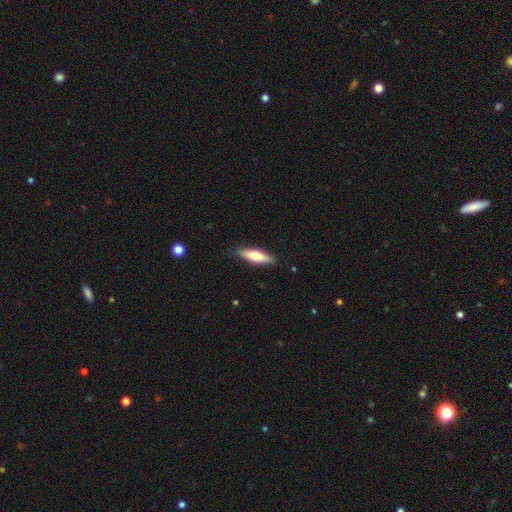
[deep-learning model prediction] Smooth or featured?
  - smooth: 65% *
  - featured or disk: 30%
  - star or artifact: 5%
How rounded?
  - cigar-shaped: 64% *
  - in between: 34%
  - round: 2%
Merging?
  - none: 86% *
  - minor disturbance: 10%
  - major disturbance: 2%
  - merger: 1%